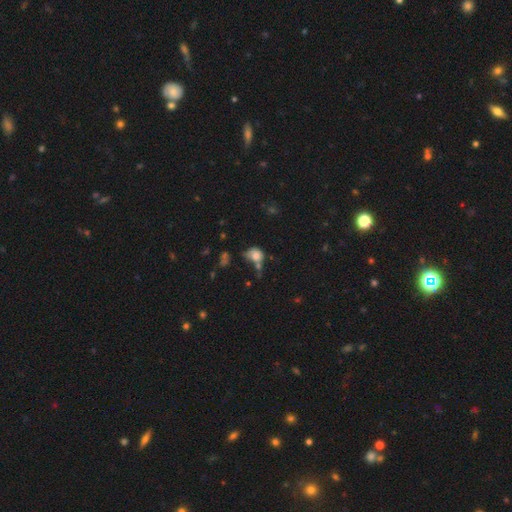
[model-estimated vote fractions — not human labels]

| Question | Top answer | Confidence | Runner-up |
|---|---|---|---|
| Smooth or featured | smooth | 70% | featured or disk (16%) |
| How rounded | round | 54% | in between (45%) |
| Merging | none | 29% | merger (28%) |